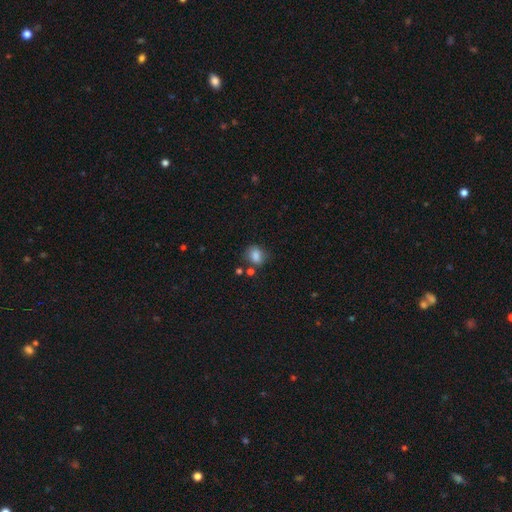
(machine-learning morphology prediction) smooth_or_featured: smooth (p=0.82) [alt: star or artifact p=0.10]
how_rounded: round (p=0.55) [alt: in between p=0.44]
merging: none (p=0.67) [alt: minor disturbance p=0.19]